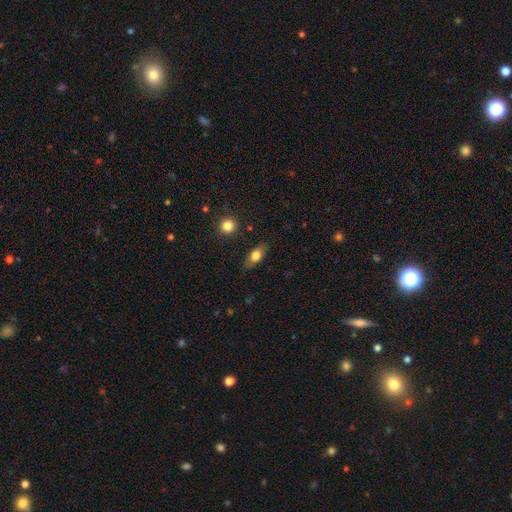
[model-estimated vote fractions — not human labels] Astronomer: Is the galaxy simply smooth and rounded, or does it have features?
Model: smooth — 70%.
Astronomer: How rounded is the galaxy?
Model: in between — 77%.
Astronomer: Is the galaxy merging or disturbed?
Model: none — 81%.